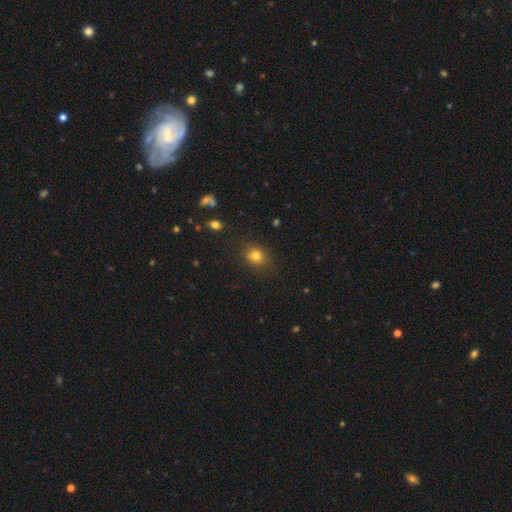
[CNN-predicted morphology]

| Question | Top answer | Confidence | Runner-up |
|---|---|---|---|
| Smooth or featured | smooth | 78% | star or artifact (14%) |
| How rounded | round | 65% | in between (34%) |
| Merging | none | 80% | minor disturbance (13%) |